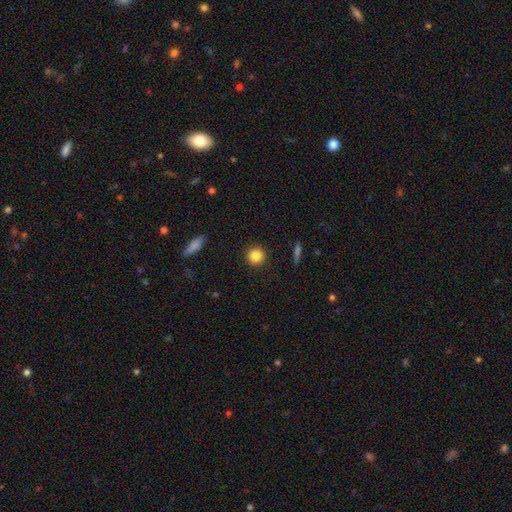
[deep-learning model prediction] This appears to be a smooth galaxy with no disk features (84%) that is round (93%). Merging: none (92%).